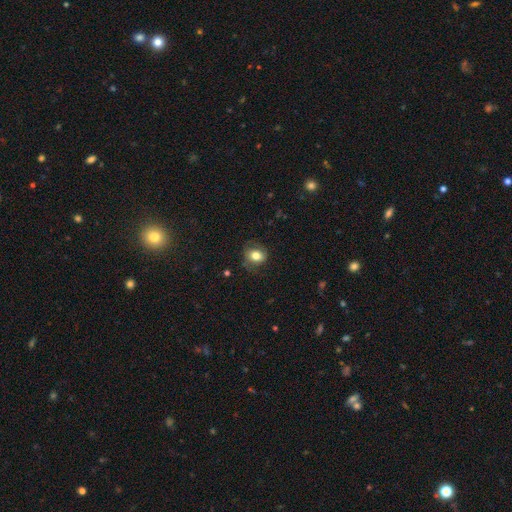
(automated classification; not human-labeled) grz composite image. It shows a smooth galaxy with no disk features (76%) that is round (55%). Merging: none (73%).